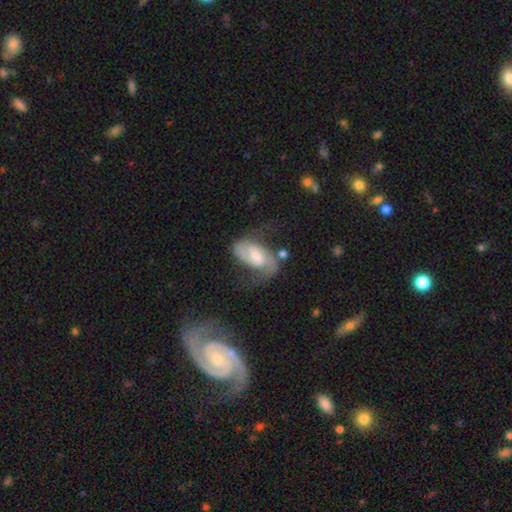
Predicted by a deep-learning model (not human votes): smooth-or-featured: featured or disk: 71% | smooth: 22% | star or artifact: 7%
  disk-edge-on: no: 95% | yes: 5%
    bar: weak: 42% | no: 40% | strong: 17%
    has-spiral-arms: yes: 89% | no: 11%
      spiral-winding: medium: 41% | loose: 39% | tight: 19%
      spiral-arm-count: 2: 78% | can't tell: 10% | 1: 9% | 3: 1% | 4: 1% | more than 4: 1%
    bulge-size: moderate: 50% | small: 41% | large: 6% | none: 3% | dominant: 1%
  merging: none: 42% | major disturbance: 28% | minor disturbance: 23% | merger: 7%